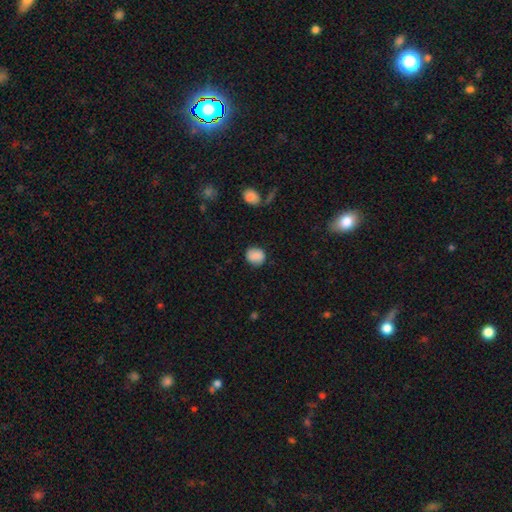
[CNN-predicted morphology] Smooth or featured?
  - smooth: 82% *
  - featured or disk: 9%
  - star or artifact: 9%
How rounded?
  - round: 71% *
  - in between: 28%
  - cigar-shaped: 1%
Merging?
  - none: 77% *
  - minor disturbance: 17%
  - major disturbance: 4%
  - merger: 2%